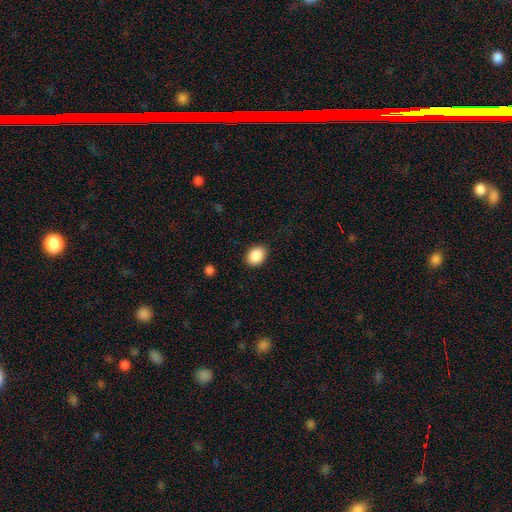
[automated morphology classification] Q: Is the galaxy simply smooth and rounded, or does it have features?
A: smooth — 89%.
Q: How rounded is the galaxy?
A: in between — 61%.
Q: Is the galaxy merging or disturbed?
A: none — 88%.